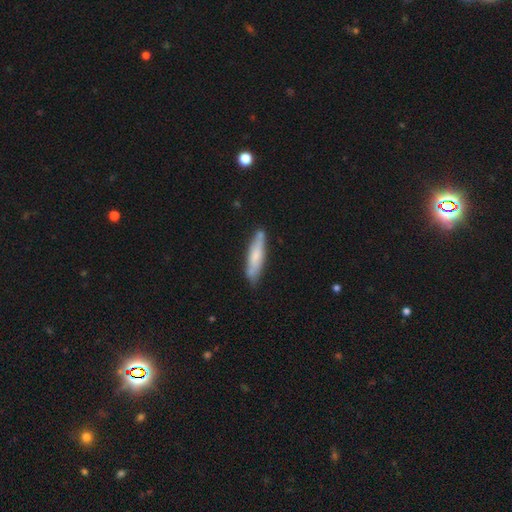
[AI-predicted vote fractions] Overall: smooth (65%; featured or disk 30%). How rounded: cigar-shaped (80%). Merging: none (77%).